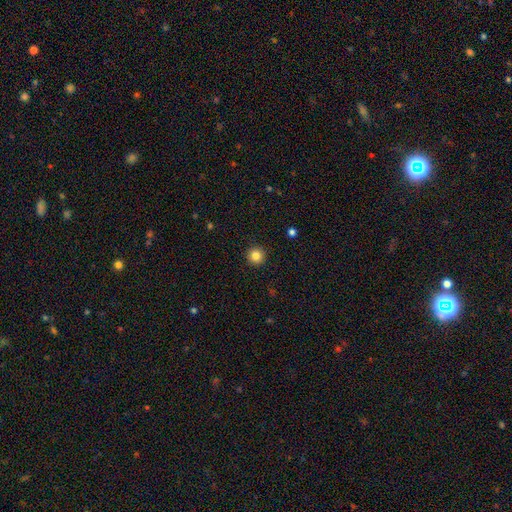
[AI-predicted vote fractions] Smooth or featured? Predicted: smooth (p=0.83). How rounded? Predicted: round (p=0.96). Merging? Predicted: none (p=0.93).